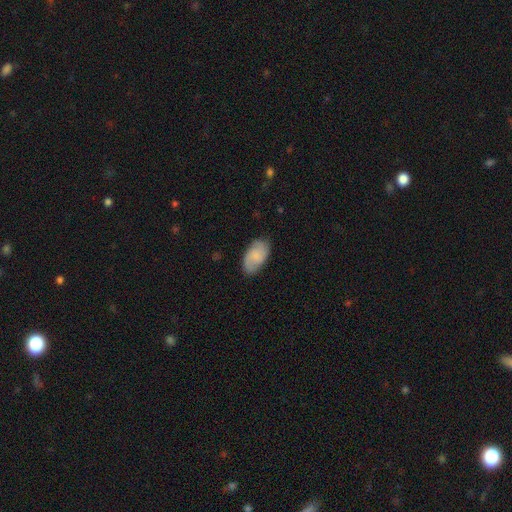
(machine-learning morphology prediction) Smooth or featured: smooth — 64% (featured or disk — 29%)
How rounded: in between — 94% (round — 4%)
Merging: none — 78% (minor disturbance — 17%)